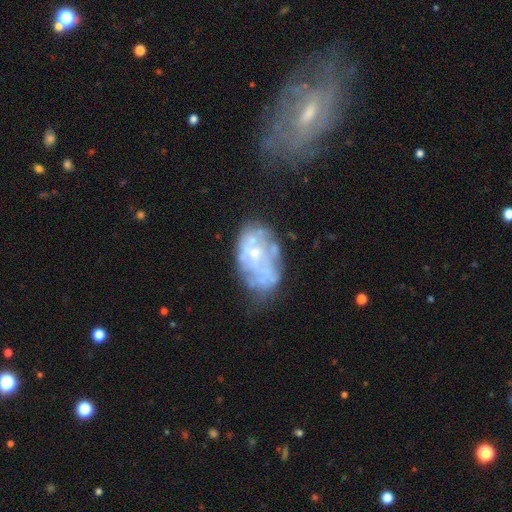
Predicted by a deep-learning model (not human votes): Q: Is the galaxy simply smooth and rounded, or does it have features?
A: featured or disk — 65%.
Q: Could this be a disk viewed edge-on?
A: no — 97%.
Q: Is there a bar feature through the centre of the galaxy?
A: no — 86%.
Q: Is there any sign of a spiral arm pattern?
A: no — 75%.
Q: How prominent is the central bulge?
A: small — 56%.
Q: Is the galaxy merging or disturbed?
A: none — 42%.